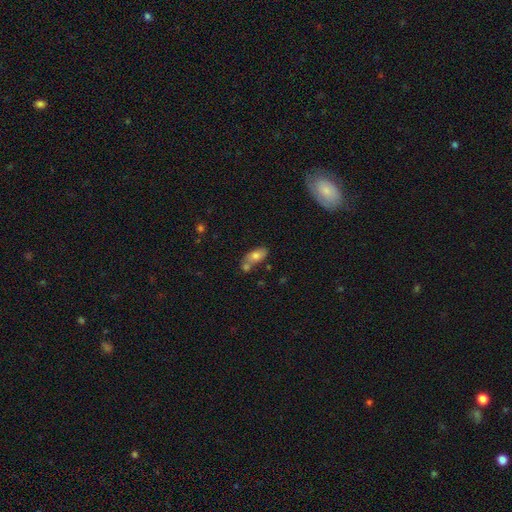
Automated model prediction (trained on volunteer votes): This appears to be a smooth galaxy with no disk features (72%) that is in between round and cigar-shaped (85%). Merging: none (47%).